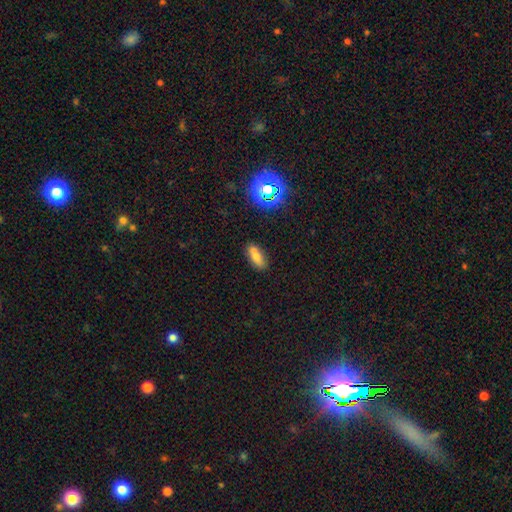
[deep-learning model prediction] Smooth or featured? smooth (70%)
How rounded? in between (78%)
Merging? none (60%)